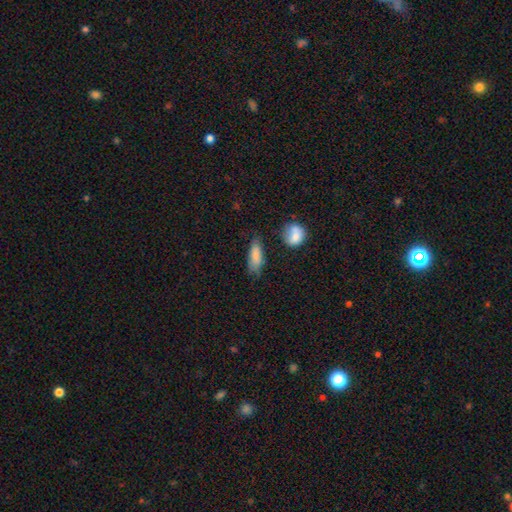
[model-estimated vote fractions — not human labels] Smooth or featured: smooth — 84% (featured or disk — 9%)
How rounded: in between — 62% (cigar-shaped — 35%)
Merging: none — 67% (minor disturbance — 23%)